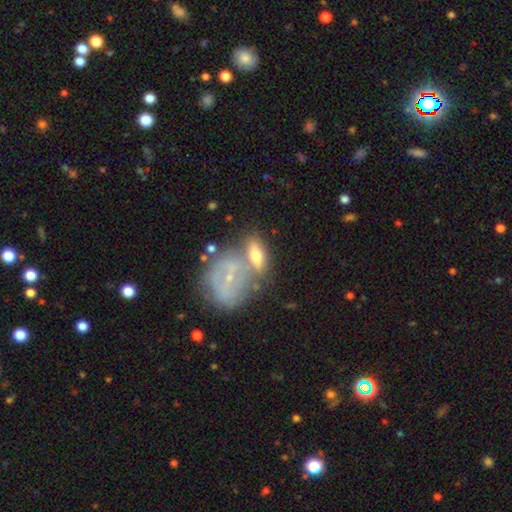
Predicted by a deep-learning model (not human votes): Morphology: type=smooth (52%); roundness=in between (71%); merging=none (47%).